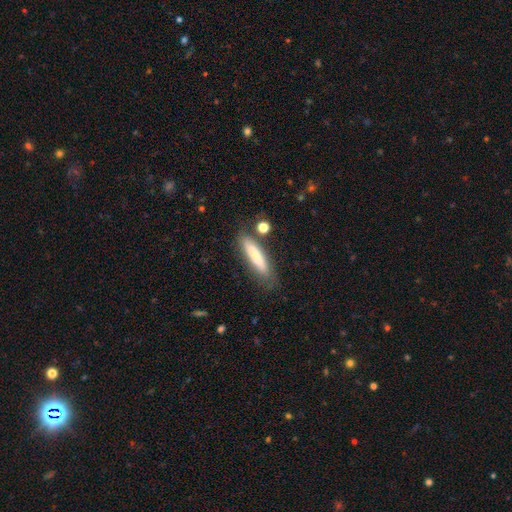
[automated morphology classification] type=smooth (64%); roundness=cigar-shaped (75%); merging=none (74%).